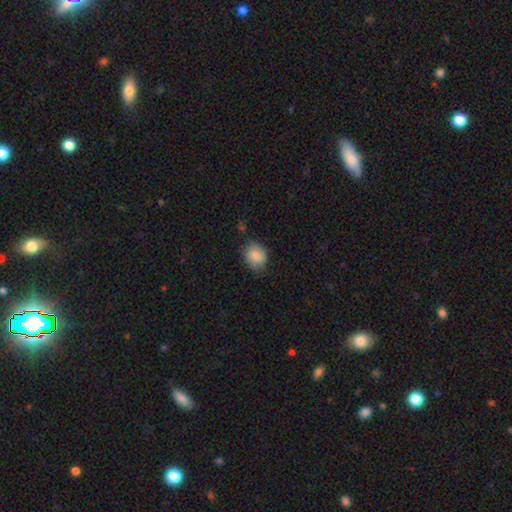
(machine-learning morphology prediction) smooth 83%, featured or disk 10%, star or artifact 7%. Down the decision tree: how rounded — in between (51%); merging — none (71%).